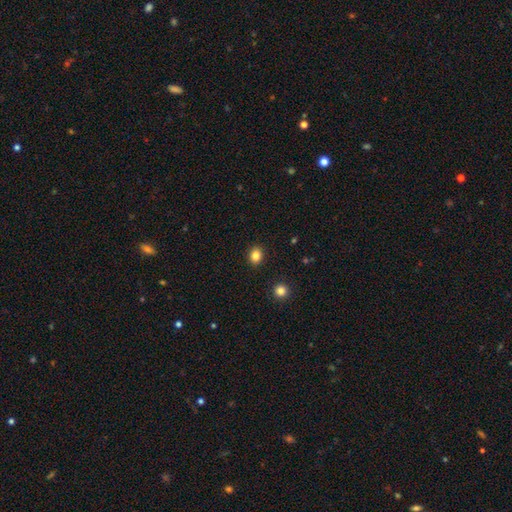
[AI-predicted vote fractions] smooth 84%, star or artifact 11%, featured or disk 5%. Down the decision tree: how rounded — round (54%); merging — none (91%).